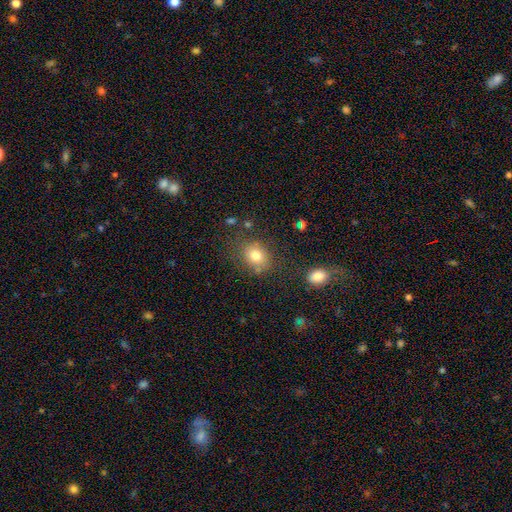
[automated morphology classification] type=smooth (79%); roundness=round (54%); merging=none (75%).